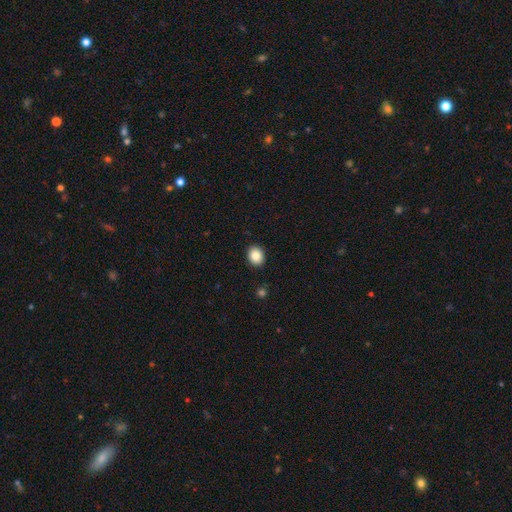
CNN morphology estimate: Smooth or featured? smooth (87%)
How rounded? round (61%)
Merging? none (91%)